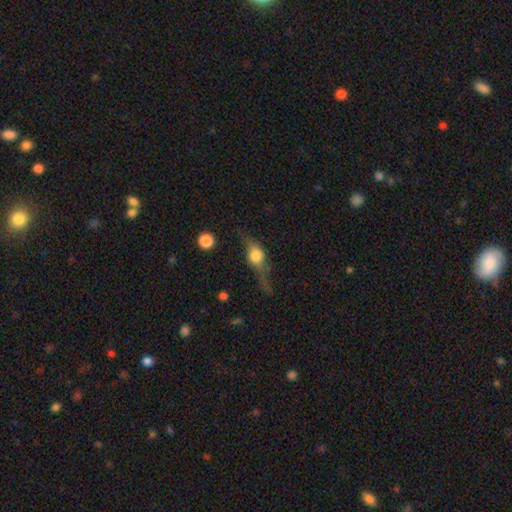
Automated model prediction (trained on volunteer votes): Overall: featured or disk (54%; smooth 37%). Edge-on disk: yes (85%). Merging: none (53%; minor disturbance 25%).